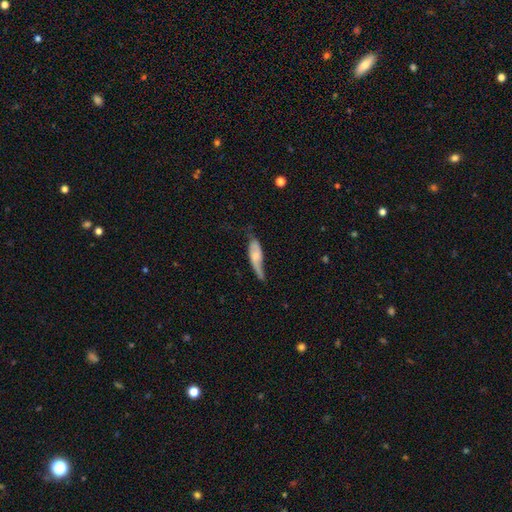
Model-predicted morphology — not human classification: Overall: smooth (54%; featured or disk 40%). How rounded: cigar-shaped (50%; in between 48%). Merging: none (39%, tied with minor disturbance).